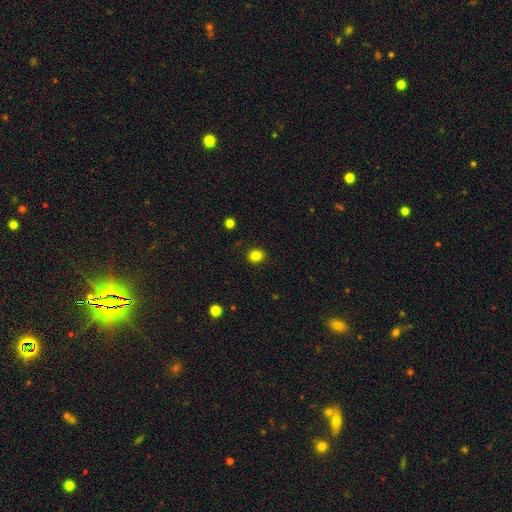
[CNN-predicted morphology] Smooth or featured?
  - smooth: 83% *
  - star or artifact: 12%
  - featured or disk: 5%
How rounded?
  - round: 68% *
  - in between: 32%
  - cigar-shaped: 1%
Merging?
  - none: 90% *
  - minor disturbance: 7%
  - major disturbance: 2%
  - merger: 1%